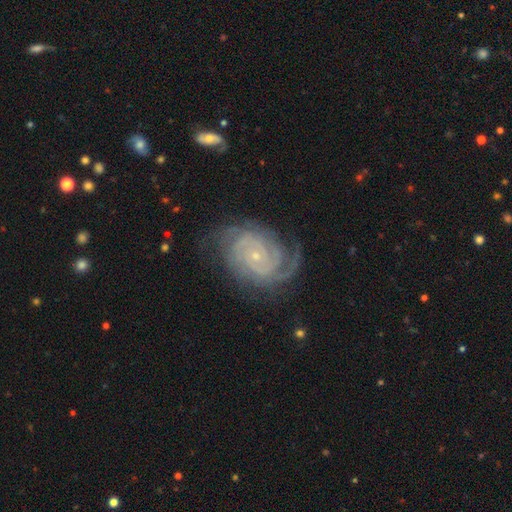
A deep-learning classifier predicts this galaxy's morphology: This appears to be a featured or disk galaxy (89%) with no bar (73%), 2 (31%) tight (73%) spiral arms (98%) and a small central bulge (84%). Merging: none (72%).